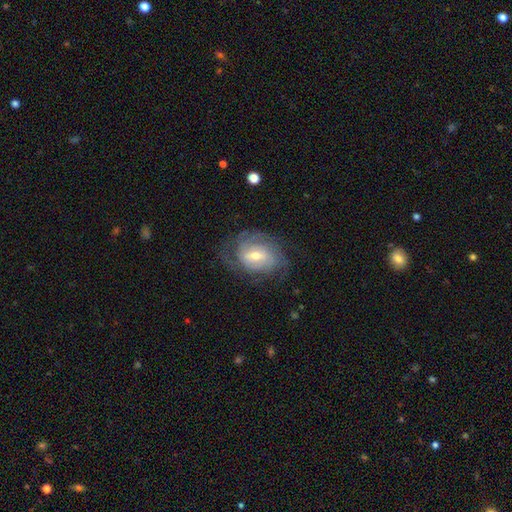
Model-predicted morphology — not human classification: featured or disk 75%, smooth 18%, star or artifact 7%. Down the decision tree: edge-on disk — no (96%); bar — weak (51%); spiral arms — yes (87%); spiral arm count — can't tell (39%); spiral winding — tight (51%); bulge size — moderate (56%); merging — none (63%).